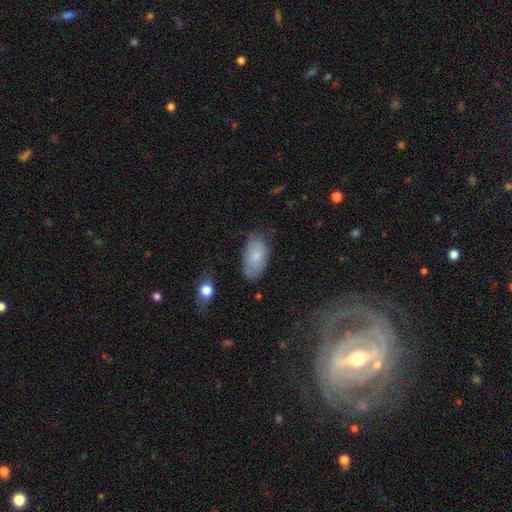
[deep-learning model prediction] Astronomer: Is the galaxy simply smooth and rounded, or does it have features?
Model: smooth — 72%.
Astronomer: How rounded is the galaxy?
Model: in between — 94%.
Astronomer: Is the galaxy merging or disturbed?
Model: none — 67%.